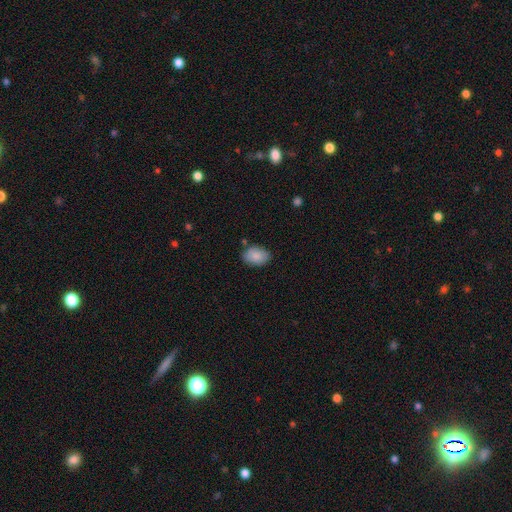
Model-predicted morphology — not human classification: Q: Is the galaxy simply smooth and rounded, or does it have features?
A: smooth — 87%.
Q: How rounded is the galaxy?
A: in between — 83%.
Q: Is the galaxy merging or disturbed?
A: none — 80%.